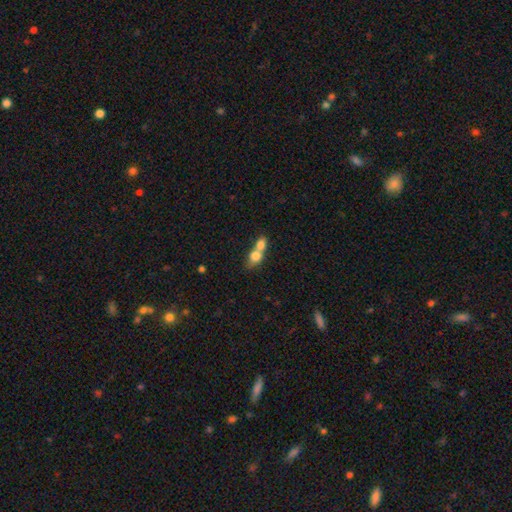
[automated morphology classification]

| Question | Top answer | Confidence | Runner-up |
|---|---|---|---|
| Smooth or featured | smooth | 74% | featured or disk (18%) |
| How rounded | in between | 50% | round (47%) |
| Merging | merger | 75% | none (17%) |